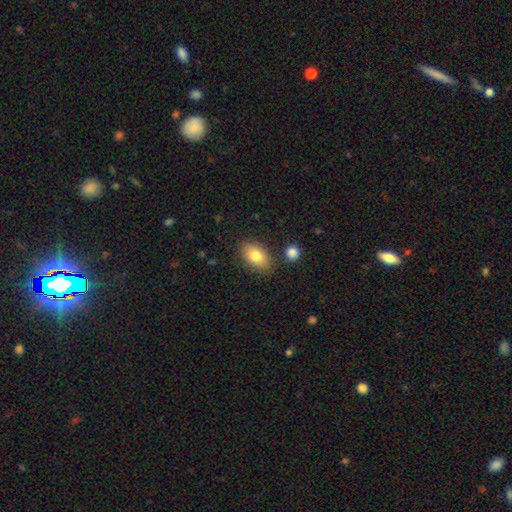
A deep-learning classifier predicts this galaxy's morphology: Smooth or featured?
  - smooth: 80% *
  - featured or disk: 12%
  - star or artifact: 8%
How rounded?
  - in between: 87% *
  - round: 11%
  - cigar-shaped: 2%
Merging?
  - none: 82% *
  - minor disturbance: 11%
  - merger: 4%
  - major disturbance: 3%